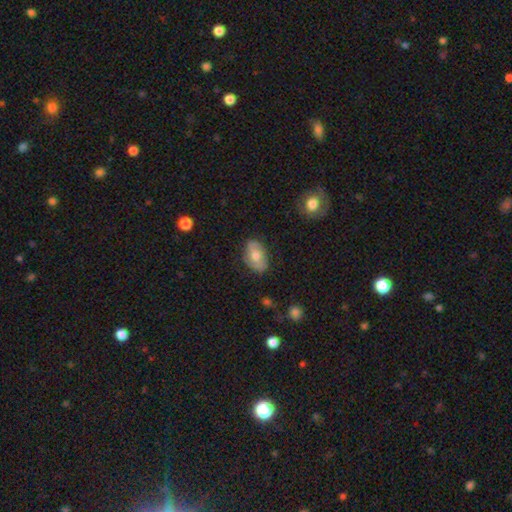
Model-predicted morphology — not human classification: type=smooth (60%); roundness=in between (90%); merging=none (80%).